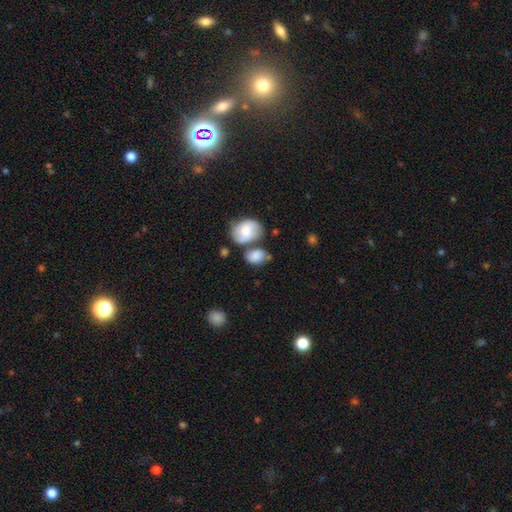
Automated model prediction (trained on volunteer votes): Overall: smooth (77%). How rounded: in between (75%). Merging: none (39%; merger 33%).